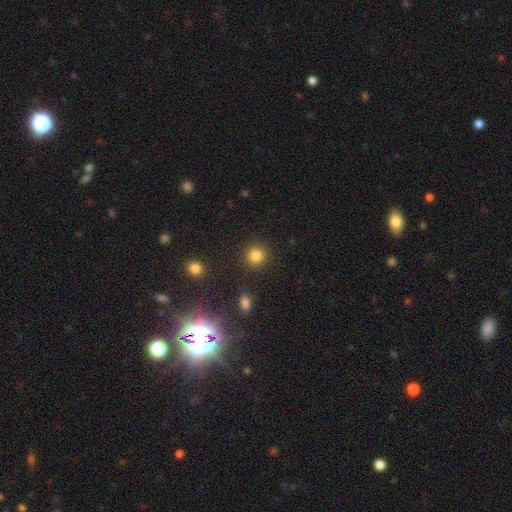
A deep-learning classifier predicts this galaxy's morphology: smooth-or-featured: smooth: 83% | star or artifact: 12% | featured or disk: 5%
  how-rounded: round: 91% | in between: 8% | cigar-shaped: 1%
  merging: none: 89% | minor disturbance: 6% | major disturbance: 3% | merger: 2%